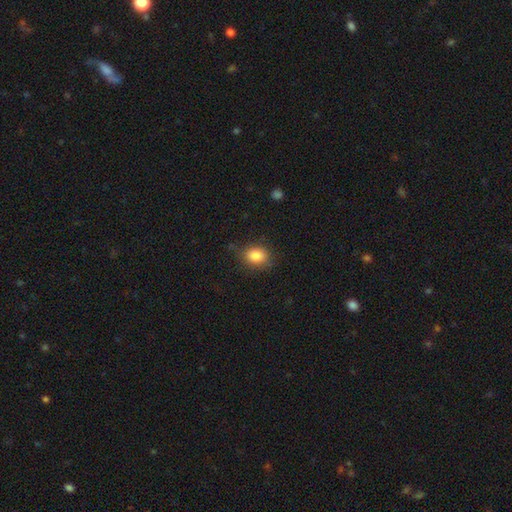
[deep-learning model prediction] This is clearly a smooth galaxy (86%). How rounded: likely in between (64%). Merging: likely none (78%).